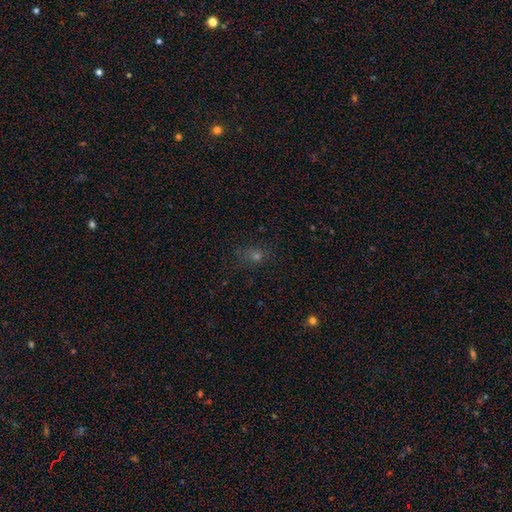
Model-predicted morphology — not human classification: smooth_or_featured: smooth (p=0.51) [alt: star or artifact p=0.38]
how_rounded: round (p=0.63) [alt: in between p=0.35]
merging: none (p=0.74) [alt: minor disturbance p=0.17]